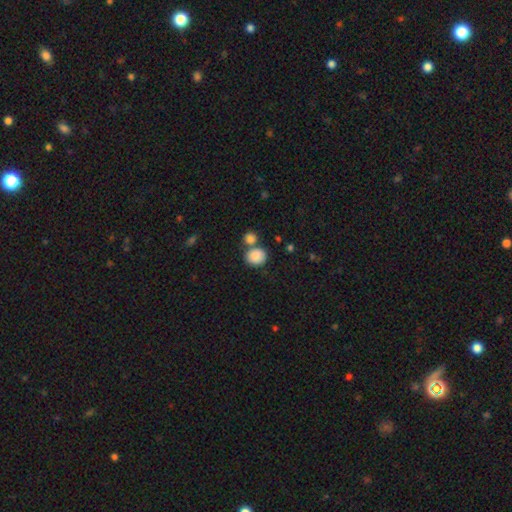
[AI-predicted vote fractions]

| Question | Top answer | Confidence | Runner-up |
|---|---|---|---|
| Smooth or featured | smooth | 87% | star or artifact (8%) |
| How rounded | round | 67% | in between (32%) |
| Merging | none | 55% | merger (29%) |